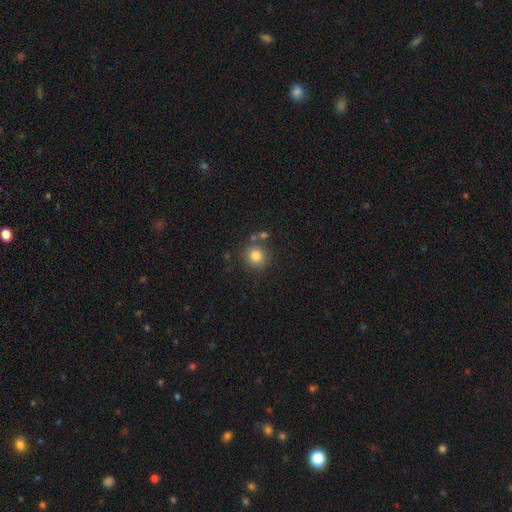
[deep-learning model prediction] This appears to be a smooth galaxy with no disk features (81%) that is round (90%). Merging: none (74%).